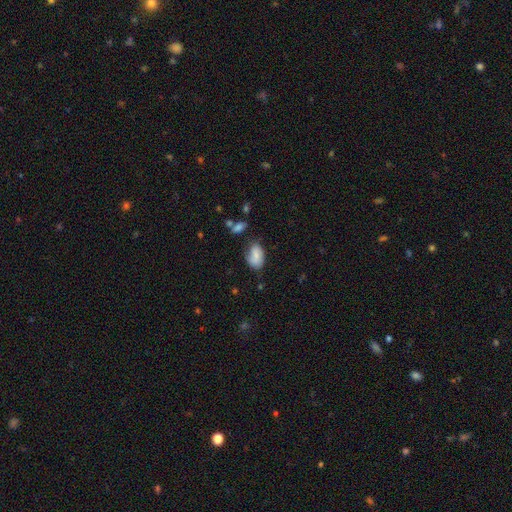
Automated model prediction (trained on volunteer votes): A smooth galaxy with no disk features (77%) that is in between round and cigar-shaped (91%).

Vote fractions:
- Smooth or featured? smooth: 77% / featured or disk: 15% / star or artifact: 8%
- How rounded? in between: 91% / round: 8% / cigar-shaped: 2%
- Merging? none: 59% / minor disturbance: 29% / major disturbance: 8% / merger: 5%